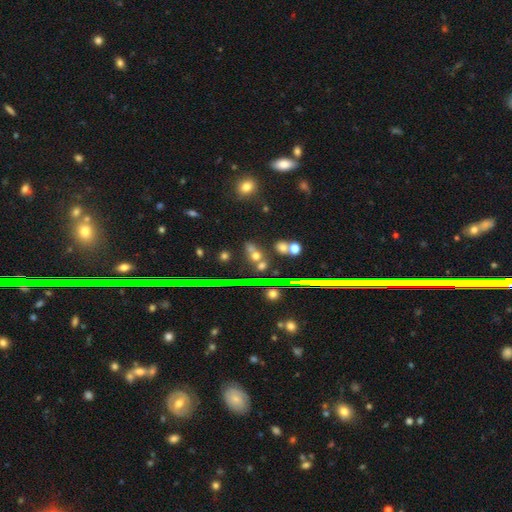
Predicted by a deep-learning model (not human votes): smooth-or-featured: star or artifact: 75% | smooth: 14% | featured or disk: 11%